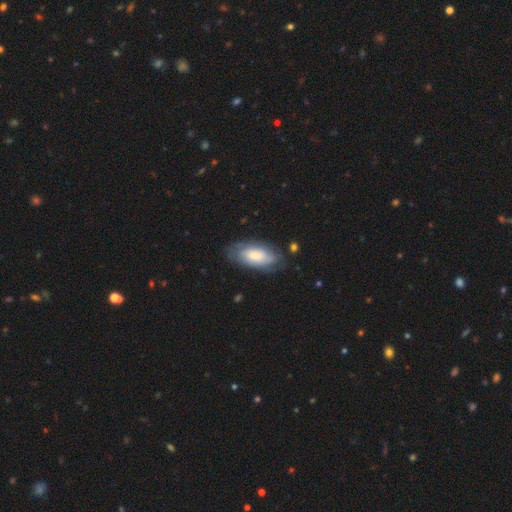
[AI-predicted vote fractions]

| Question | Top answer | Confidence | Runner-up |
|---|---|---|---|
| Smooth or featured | smooth | 59% | featured or disk (34%) |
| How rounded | in between | 89% | cigar-shaped (9%) |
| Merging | none | 71% | minor disturbance (20%) |